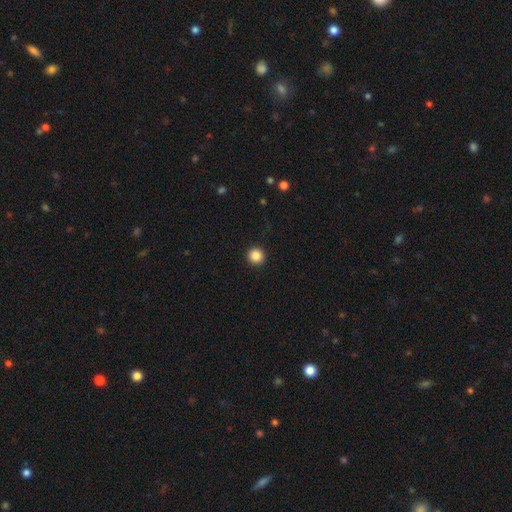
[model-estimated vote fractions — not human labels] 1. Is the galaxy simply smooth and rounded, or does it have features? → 87% smooth, 10% star or artifact, 3% featured or disk.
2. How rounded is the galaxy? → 94% round, 5% in between, 1% cigar-shaped.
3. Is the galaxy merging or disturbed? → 93% none, 4% minor disturbance, 2% major disturbance, 1% merger.